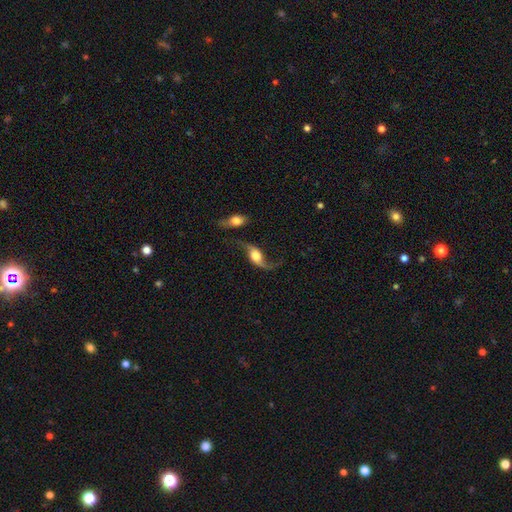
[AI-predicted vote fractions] Overall: featured or disk (80%). Edge-on disk: no (90%). Bar: no (55%; weak 31%). Spiral arms: yes (94%). Spiral arm count: 2 (90%). Spiral winding: loose (91%). Bulge size: large (42%; moderate 37%). Merging: none (55%; major disturbance 17%).